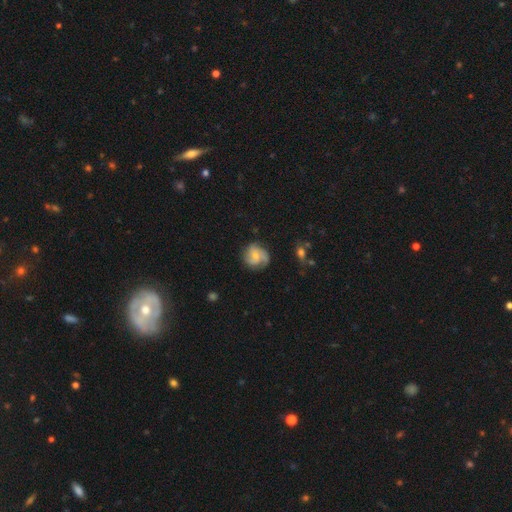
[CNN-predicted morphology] featured or disk 64%, smooth 29%, star or artifact 7%. Down the decision tree: edge-on disk — no (98%); bar — no (62%); spiral arms — yes (91%); spiral arm count — 3 (36%); spiral winding — medium (43%); bulge size — small (55%); merging — none (67%).